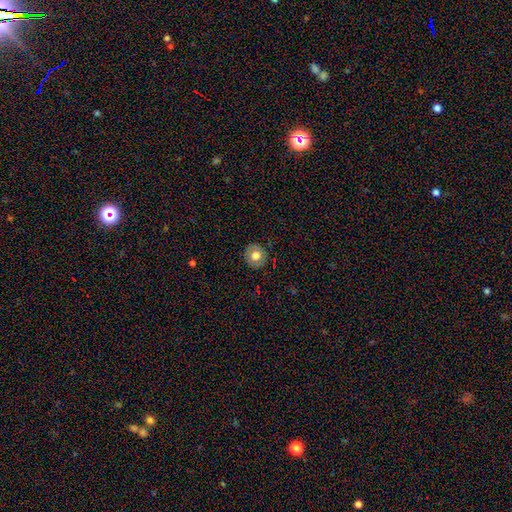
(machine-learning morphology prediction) This is likely a smooth galaxy (76%). How rounded: clearly round (90%). Merging: clearly none (89%).